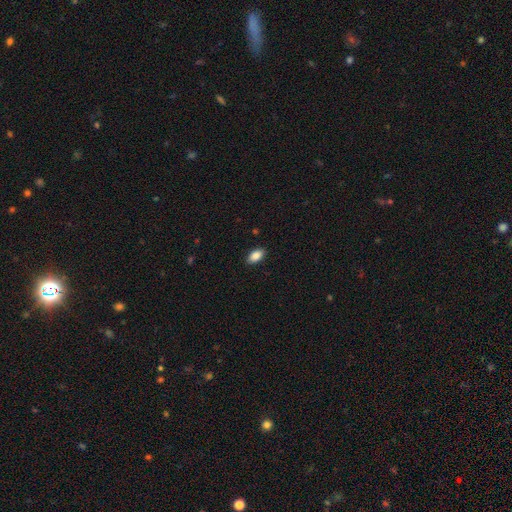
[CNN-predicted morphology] Smooth or featured: smooth — 87% (star or artifact — 7%)
How rounded: in between — 93% (round — 4%)
Merging: none — 89% (minor disturbance — 8%)